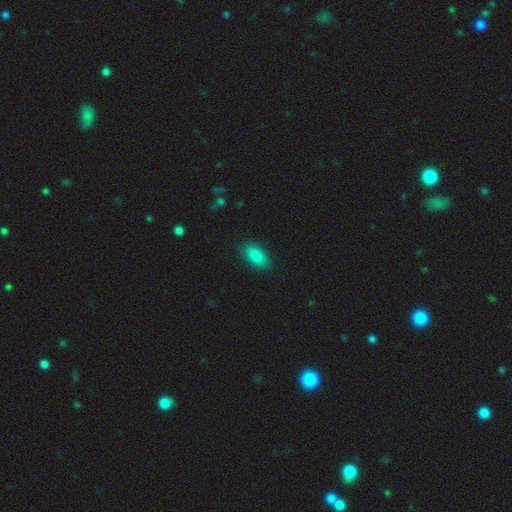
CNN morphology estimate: smooth_or_featured: smooth (p=0.86) [alt: star or artifact p=0.08]
how_rounded: in between (p=0.91) [alt: cigar-shaped p=0.06]
merging: none (p=0.86) [alt: minor disturbance p=0.10]